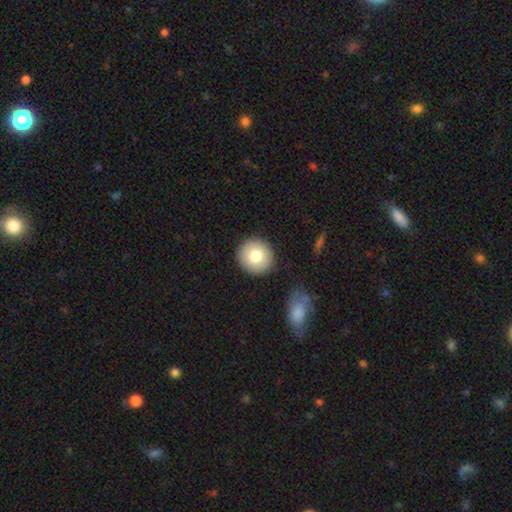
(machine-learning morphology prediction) Overall: smooth (77%). How rounded: round (93%). Merging: none (90%).